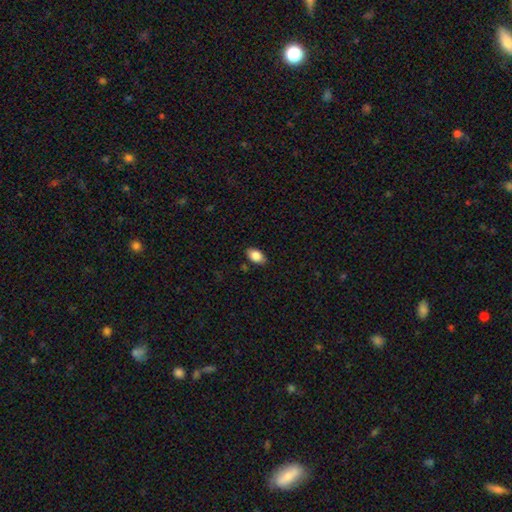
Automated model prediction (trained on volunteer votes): This appears to be a smooth galaxy with no disk features (86%) that is in between round and cigar-shaped (92%). Merging: none (86%).